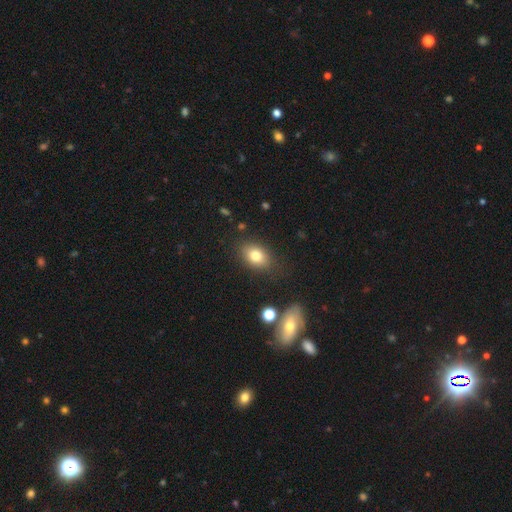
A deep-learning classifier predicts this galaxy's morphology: type=smooth (79%); roundness=in between (77%); merging=none (82%).